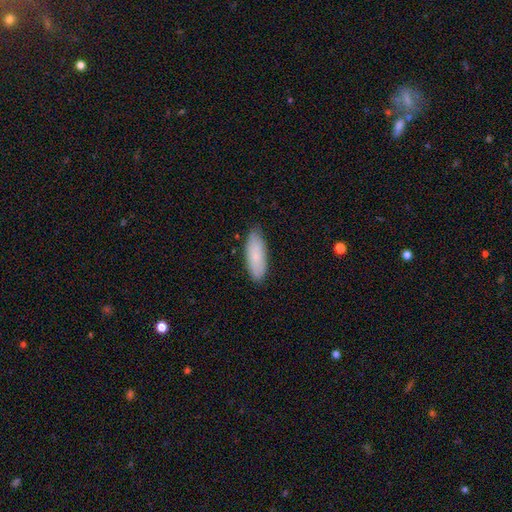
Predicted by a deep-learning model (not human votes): A smooth galaxy with no disk features (80%) that is in between round and cigar-shaped (68%).

Vote fractions:
- Smooth or featured? smooth: 80% / featured or disk: 14% / star or artifact: 6%
- How rounded? in between: 68% / cigar-shaped: 31% / round: 2%
- Merging? none: 84% / minor disturbance: 13% / major disturbance: 2% / merger: 1%